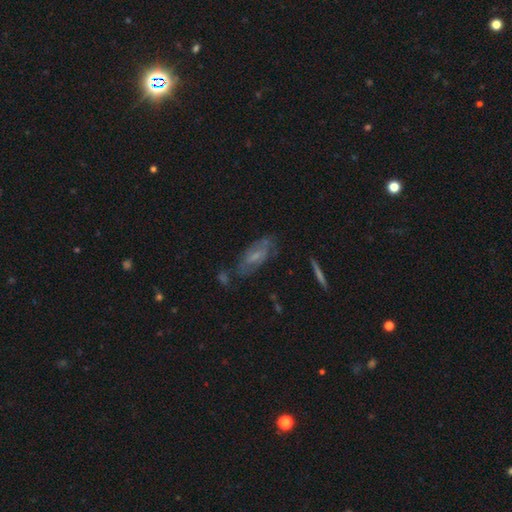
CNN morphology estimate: smooth_or_featured: featured or disk (p=0.52) [alt: smooth p=0.38]
disk_edge_on: no (p=0.81) [alt: yes p=0.19]
merging: none (p=0.62) [alt: minor disturbance p=0.22]